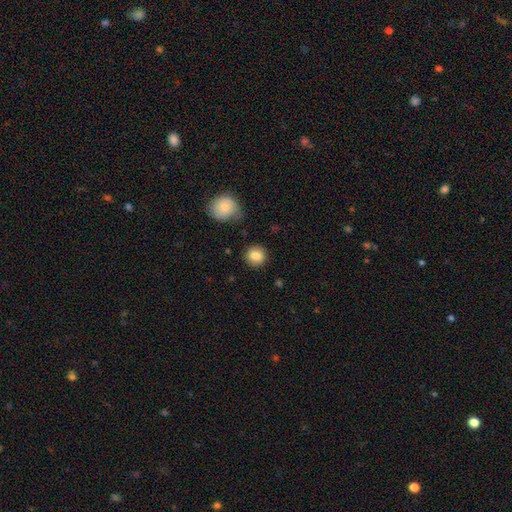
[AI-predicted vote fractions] A smooth galaxy with no disk features (85%) that is round (87%).

Vote fractions:
- Smooth or featured? smooth: 85% / star or artifact: 8% / featured or disk: 6%
- How rounded? round: 87% / in between: 12% / cigar-shaped: 1%
- Merging? none: 87% / minor disturbance: 9% / major disturbance: 3% / merger: 2%